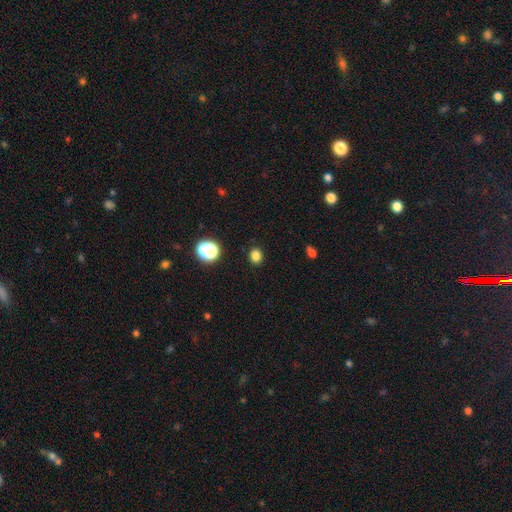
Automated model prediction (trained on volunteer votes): A smooth galaxy with no disk features (82%) that is round (59%). Merging: none (90%).